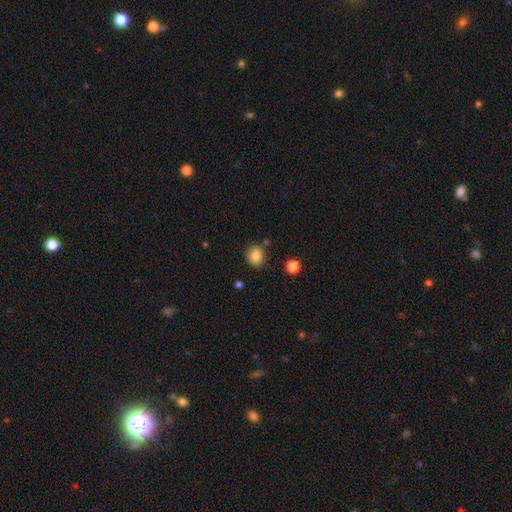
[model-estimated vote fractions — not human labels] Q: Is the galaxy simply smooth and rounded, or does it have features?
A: smooth — 84%.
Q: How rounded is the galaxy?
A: round — 74%.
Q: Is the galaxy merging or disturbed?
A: none — 81%.